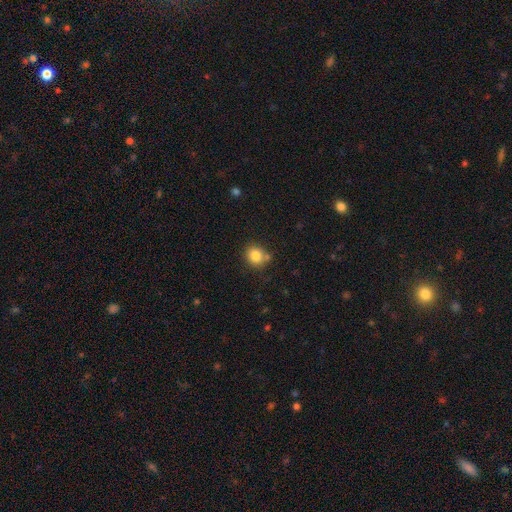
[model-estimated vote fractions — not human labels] smooth_or_featured: smooth (p=0.83) [alt: star or artifact p=0.10]
how_rounded: round (p=0.78) [alt: in between p=0.21]
merging: none (p=0.75) [alt: minor disturbance p=0.13]